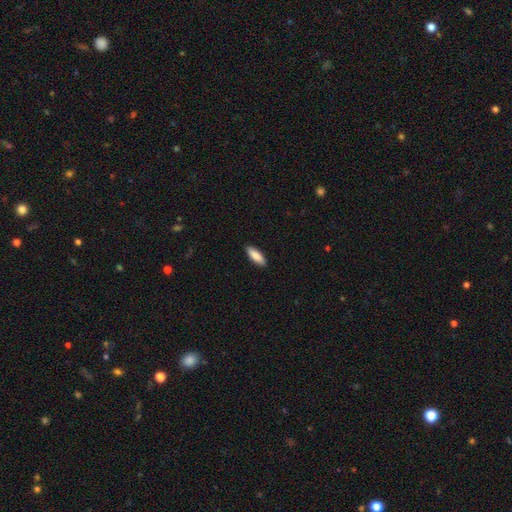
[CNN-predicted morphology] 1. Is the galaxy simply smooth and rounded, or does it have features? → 88% smooth, 7% featured or disk, 5% star or artifact.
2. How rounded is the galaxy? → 63% in between, 36% cigar-shaped, 2% round.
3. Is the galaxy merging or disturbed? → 90% none, 7% minor disturbance, 2% major disturbance, 1% merger.